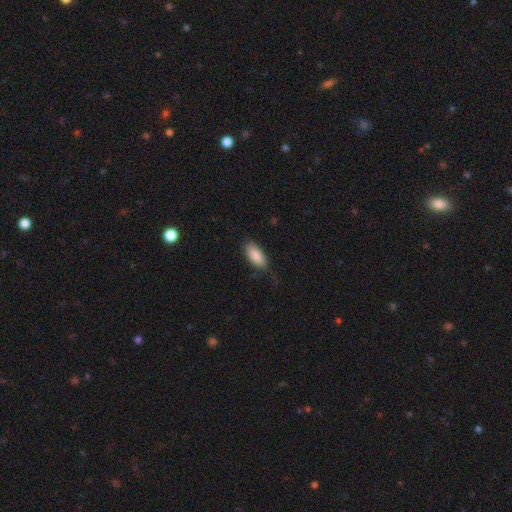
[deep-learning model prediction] Smooth or featured: smooth — 87% (featured or disk — 7%)
How rounded: in between — 89% (cigar-shaped — 8%)
Merging: none — 74% (minor disturbance — 20%)